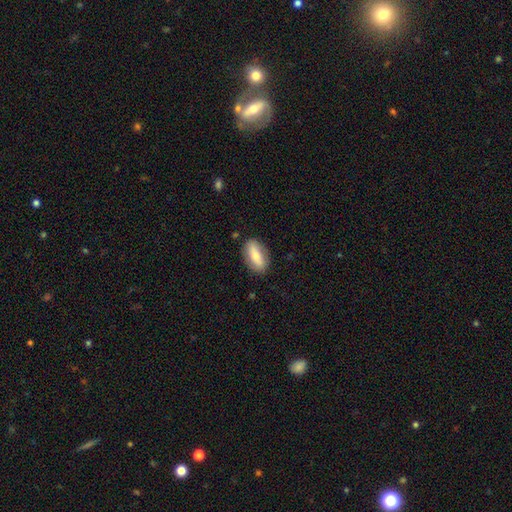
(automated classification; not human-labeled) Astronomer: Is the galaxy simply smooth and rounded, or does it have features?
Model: smooth — 68%.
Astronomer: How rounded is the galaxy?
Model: in between — 84%.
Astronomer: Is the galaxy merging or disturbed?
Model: none — 84%.